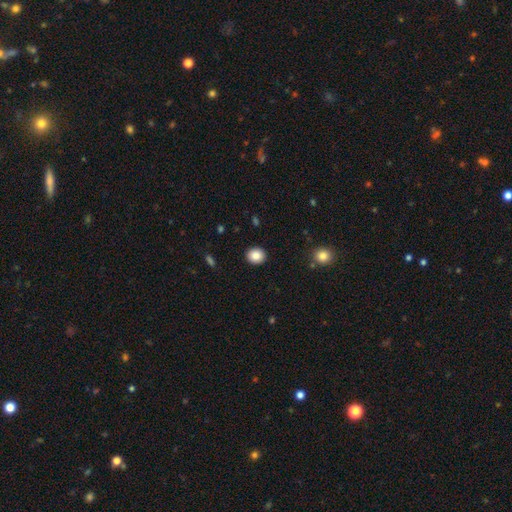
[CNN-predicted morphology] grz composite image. It shows a smooth galaxy with no disk features (86%) that is round (76%). Merging: none (92%).